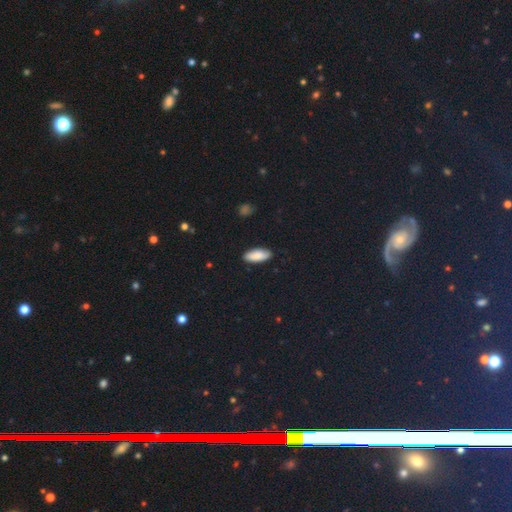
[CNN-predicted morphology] smooth 88%, featured or disk 6%, star or artifact 6%. Down the decision tree: how rounded — in between (82%); merging — none (89%).